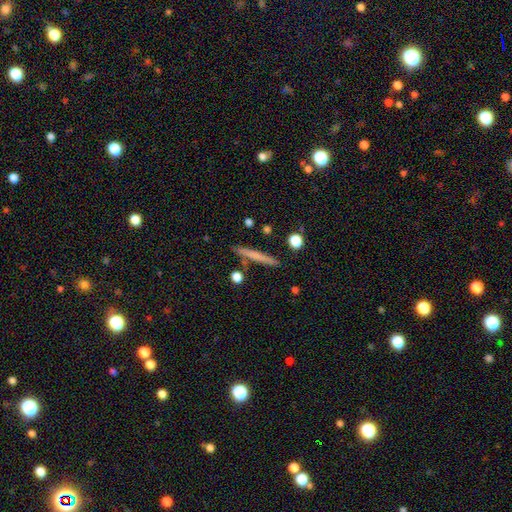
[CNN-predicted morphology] smooth-or-featured: smooth: 63% | featured or disk: 31% | star or artifact: 7%
  how-rounded: cigar-shaped: 95% | in between: 3% | round: 2%
  merging: none: 87% | minor disturbance: 8% | merger: 3% | major disturbance: 2%